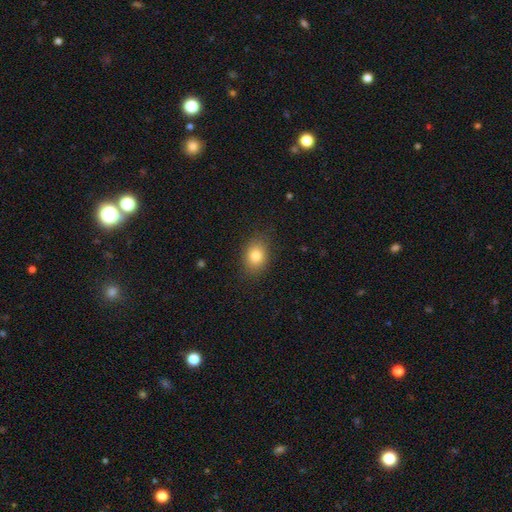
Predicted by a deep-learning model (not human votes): Smooth or featured: smooth — 84% (star or artifact — 9%)
How rounded: in between — 66% (round — 33%)
Merging: none — 84% (minor disturbance — 12%)